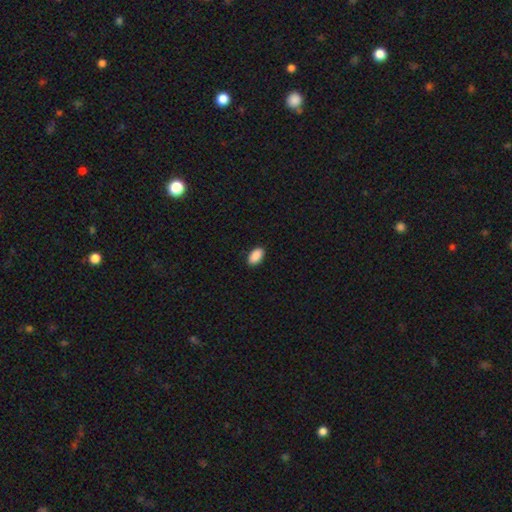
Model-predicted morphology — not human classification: A smooth galaxy with no disk features (91%) that is in between round and cigar-shaped (94%).

Vote fractions:
- Smooth or featured? smooth: 91% / star or artifact: 7% / featured or disk: 2%
- How rounded? in between: 94% / round: 4% / cigar-shaped: 2%
- Merging? none: 89% / minor disturbance: 8% / major disturbance: 2% / merger: 1%